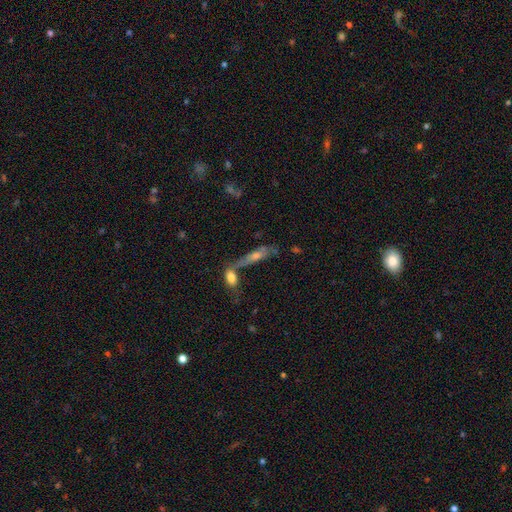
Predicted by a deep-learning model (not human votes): This appears to be a featured or disk galaxy (48%). Merging: none (42%).